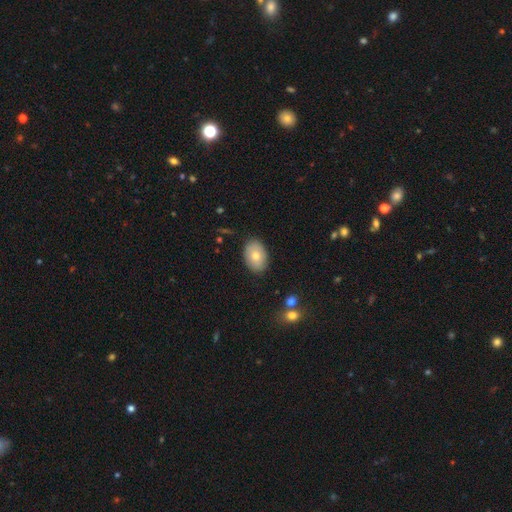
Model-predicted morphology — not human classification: Smooth or featured? Predicted: smooth (p=0.75). How rounded? Predicted: in between (p=0.84). Merging? Predicted: none (p=0.85).